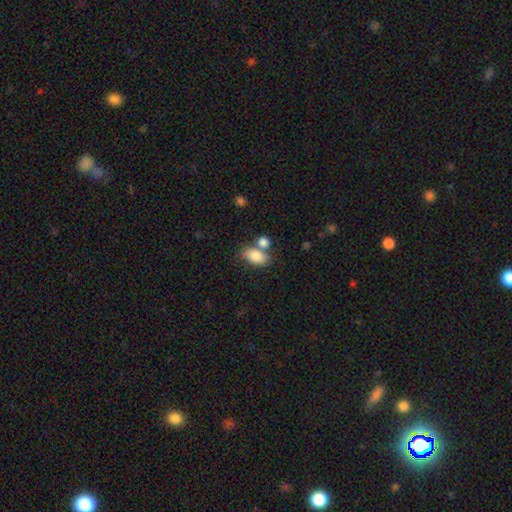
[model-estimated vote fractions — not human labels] smooth 82%, featured or disk 10%, star or artifact 8%. Down the decision tree: how rounded — in between (88%); merging — none (47%).